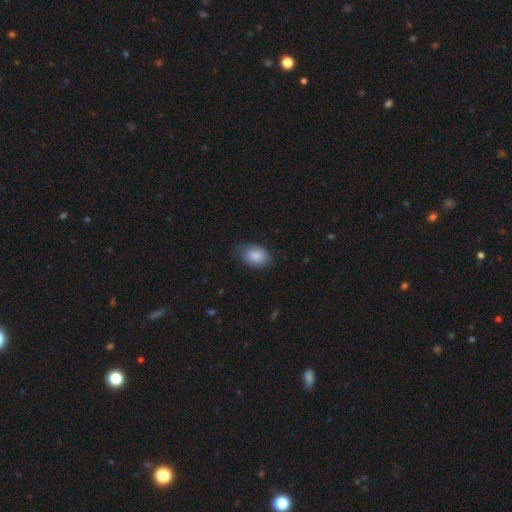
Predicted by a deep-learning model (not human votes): smooth_or_featured: smooth (p=0.87) [alt: featured or disk p=0.07]
how_rounded: in between (p=0.87) [alt: round p=0.11]
merging: none (p=0.69) [alt: minor disturbance p=0.24]